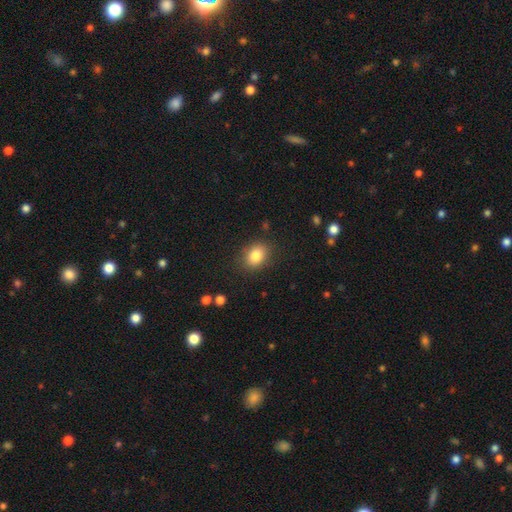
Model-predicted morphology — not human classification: Q: Smooth or featured?
A: smooth (83%); runner-up: star or artifact (10%)
Q: How rounded?
A: in between (55%); runner-up: round (44%)
Q: Merging?
A: none (85%); runner-up: minor disturbance (11%)